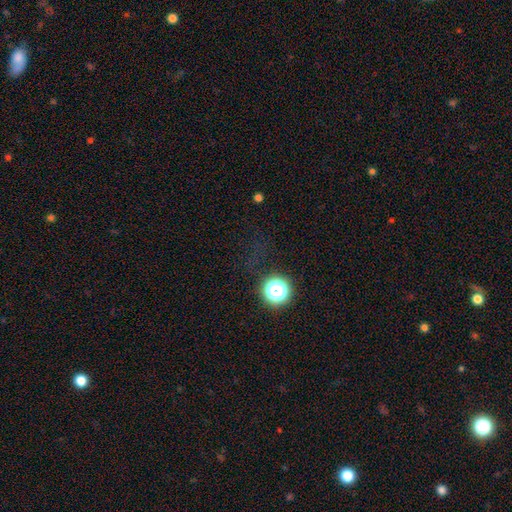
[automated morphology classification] Smooth or featured? star or artifact (65%)